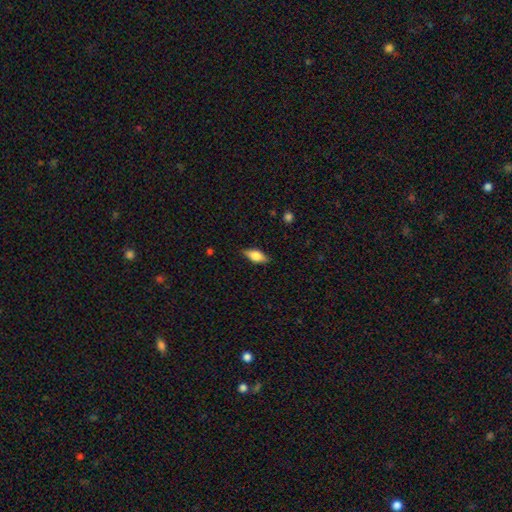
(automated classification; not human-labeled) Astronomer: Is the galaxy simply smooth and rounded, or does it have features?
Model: smooth — 69%.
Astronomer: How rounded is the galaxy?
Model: in between — 81%.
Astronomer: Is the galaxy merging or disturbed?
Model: none — 83%.